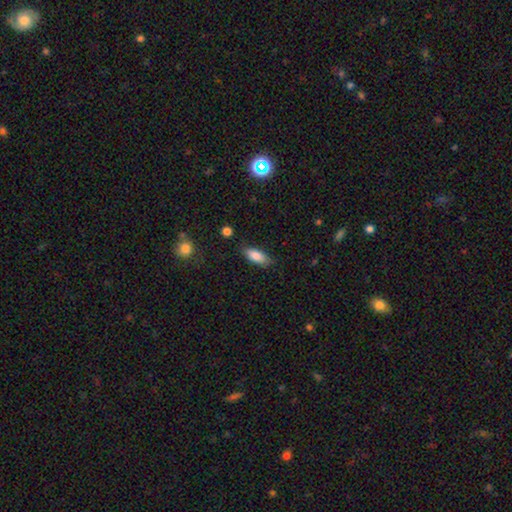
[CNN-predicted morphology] Smooth or featured?
  - smooth: 84% *
  - featured or disk: 8%
  - star or artifact: 7%
How rounded?
  - in between: 82% *
  - cigar-shaped: 16%
  - round: 2%
Merging?
  - none: 81% *
  - minor disturbance: 14%
  - major disturbance: 3%
  - merger: 2%